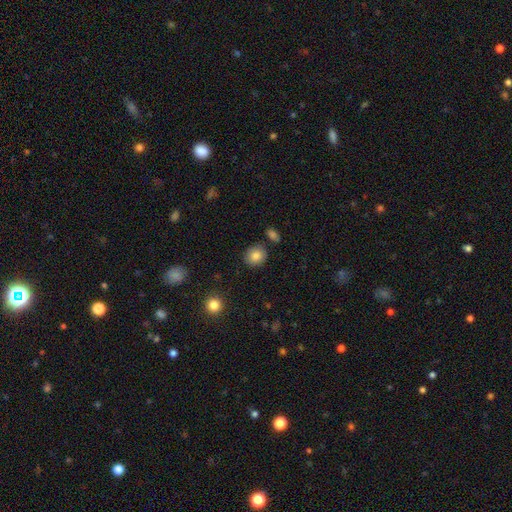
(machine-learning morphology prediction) type=smooth (85%); roundness=round (77%); merging=none (85%).